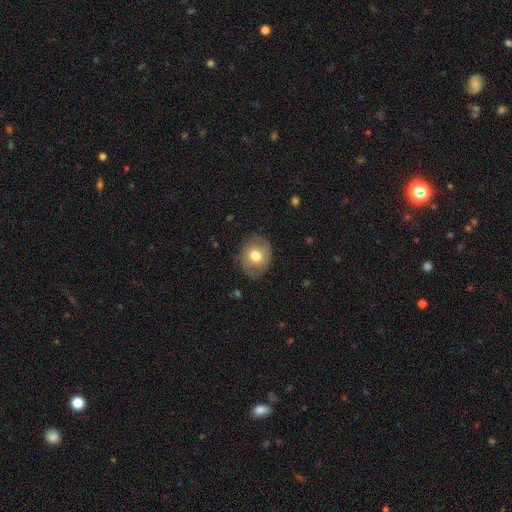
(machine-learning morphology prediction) Overall: smooth (68%). How rounded: round (62%; in between 37%). Merging: none (81%).